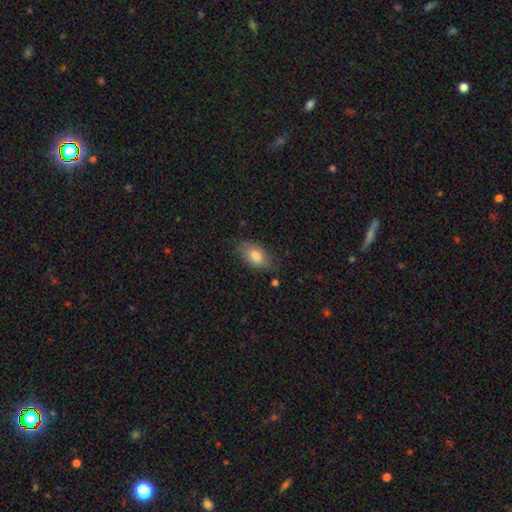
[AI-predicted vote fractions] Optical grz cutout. It shows a smooth galaxy with no disk features (80%) that is in between round and cigar-shaped (90%). Merging: none (75%).